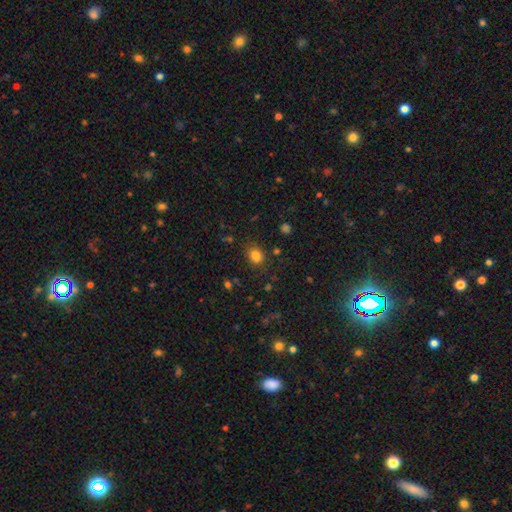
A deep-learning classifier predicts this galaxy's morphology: smooth_or_featured: smooth (p=0.81) [alt: star or artifact p=0.13]
how_rounded: in between (p=0.54) [alt: round p=0.45]
merging: none (p=0.78) [alt: minor disturbance p=0.15]